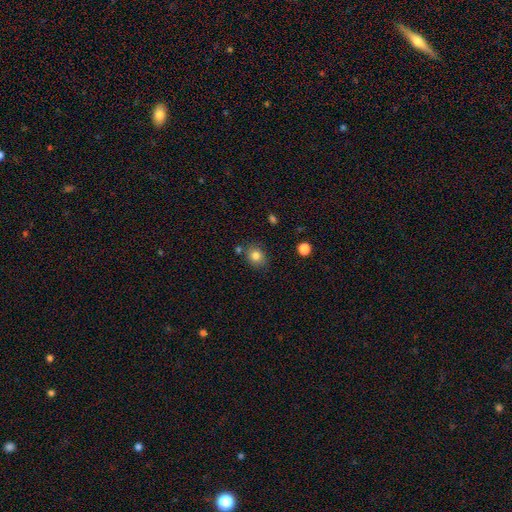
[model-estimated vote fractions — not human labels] The model was most divided on "how rounded": round: 63%, in between: 36%, cigar-shaped: 1%. More confident: smooth or featured — smooth (82%); merging — none (77%).